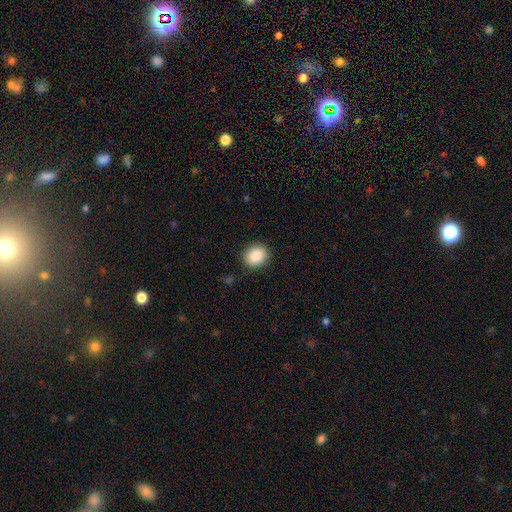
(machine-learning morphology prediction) smooth-or-featured: smooth: 87% | star or artifact: 8% | featured or disk: 5%
  how-rounded: round: 69% | in between: 30% | cigar-shaped: 1%
  merging: none: 89% | minor disturbance: 7% | major disturbance: 2% | merger: 1%